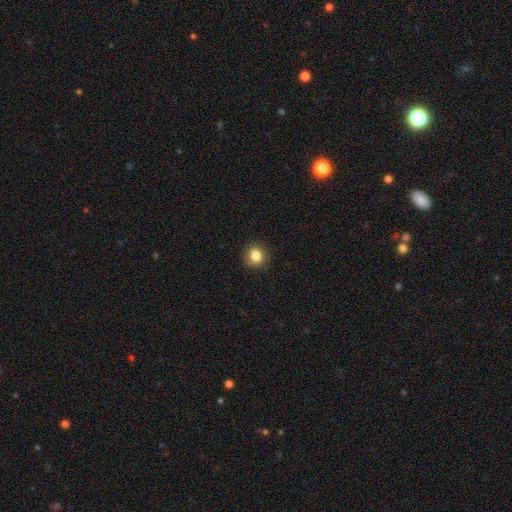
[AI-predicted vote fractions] A smooth galaxy with no disk features (83%) that is round (81%). Merging: none (88%).